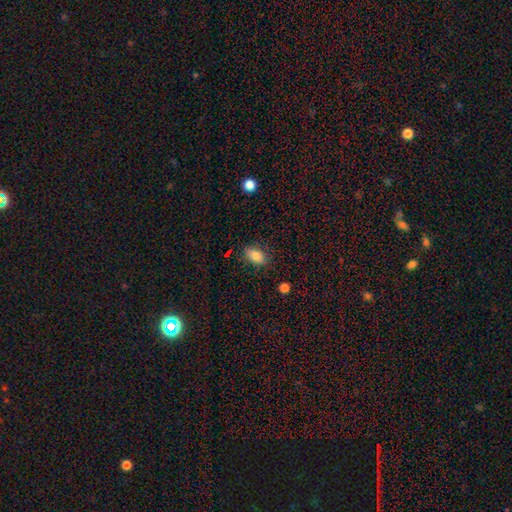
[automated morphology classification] Q: Smooth or featured?
A: smooth (85%); runner-up: star or artifact (9%)
Q: How rounded?
A: in between (89%); runner-up: round (7%)
Q: Merging?
A: none (82%); runner-up: minor disturbance (13%)